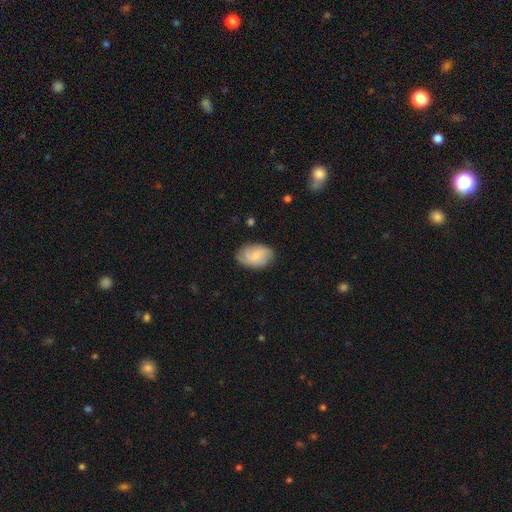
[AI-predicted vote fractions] Q: Smooth or featured?
A: smooth (51%); runner-up: featured or disk (42%)
Q: How rounded?
A: in between (86%); runner-up: round (12%)
Q: Merging?
A: none (77%); runner-up: minor disturbance (18%)